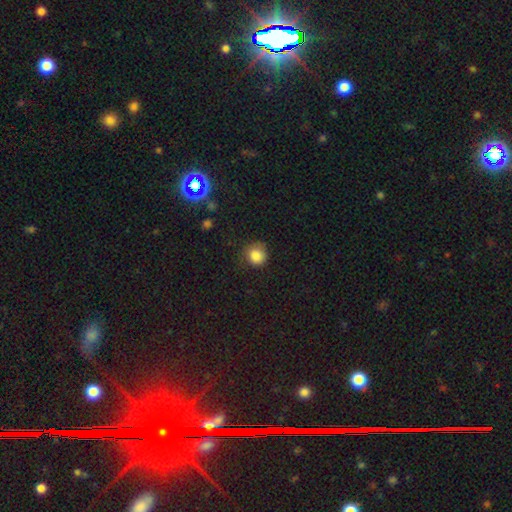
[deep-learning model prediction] This appears to be a smooth galaxy with no disk features (83%) that is round (87%). Merging: none (65%).